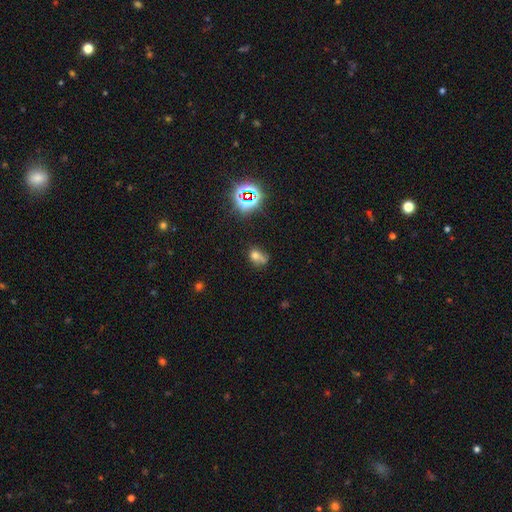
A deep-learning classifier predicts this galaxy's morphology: A smooth galaxy with no disk features (59%) that is in between round and cigar-shaped (55%).

Vote fractions:
- Smooth or featured? smooth: 59% / star or artifact: 24% / featured or disk: 17%
- How rounded? in between: 55% / round: 42% / cigar-shaped: 2%
- Merging? none: 32% / merger: 29% / minor disturbance: 20% / major disturbance: 18%